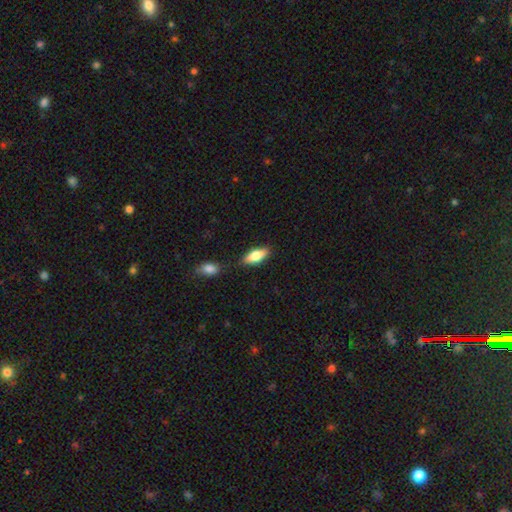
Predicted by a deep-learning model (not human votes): Smooth or featured? Predicted: smooth (p=0.77). How rounded? Predicted: in between (p=0.79). Merging? Predicted: none (p=0.79).